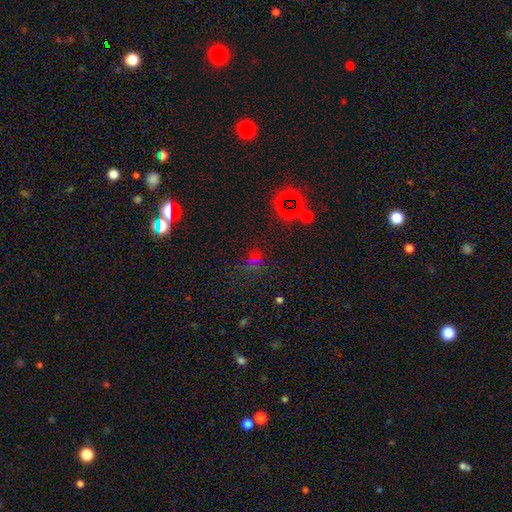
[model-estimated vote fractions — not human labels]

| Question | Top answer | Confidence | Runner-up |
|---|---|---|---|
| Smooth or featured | star or artifact | 55% | smooth (36%) |